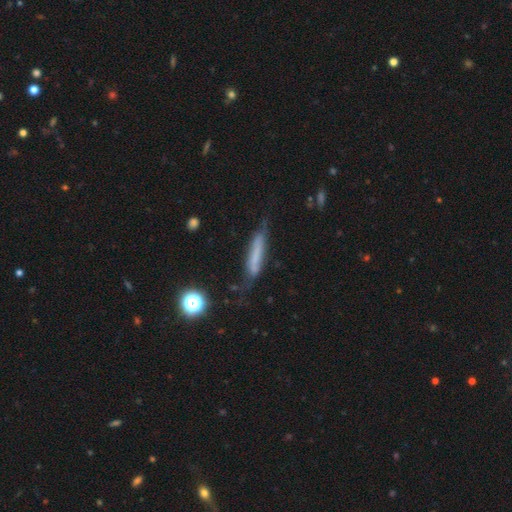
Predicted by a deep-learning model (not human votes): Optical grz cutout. It shows a smooth galaxy with no disk features (55%) that is cigar-shaped (87%). Merging: none (57%).